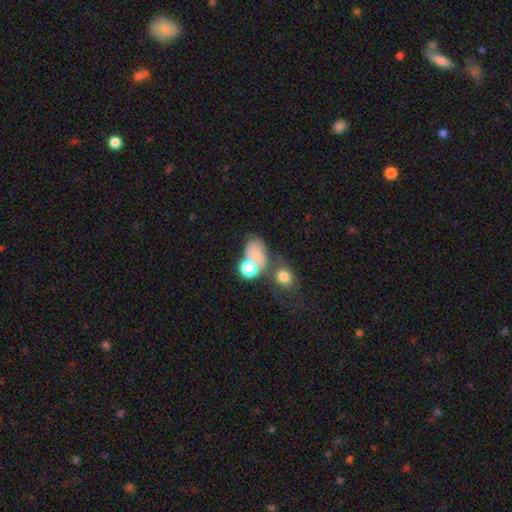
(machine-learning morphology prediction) The model was most divided on "merging": merger: 38%, none: 32%, minor disturbance: 16%, major disturbance: 14%. More confident: how rounded — in between (66%); smooth or featured — smooth (65%).